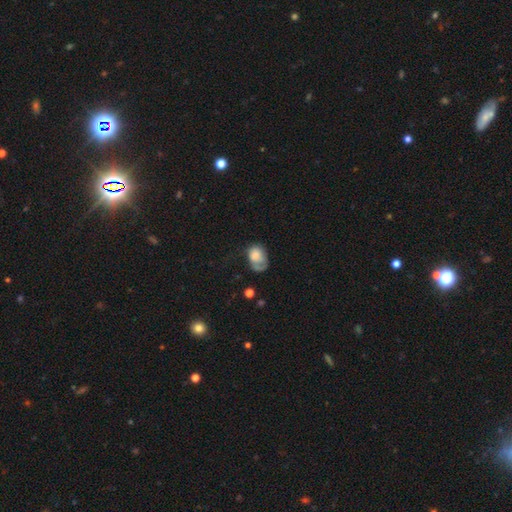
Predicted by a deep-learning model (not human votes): Morphology: type=smooth (68%); roundness=in between (73%); merging=major disturbance (35%).